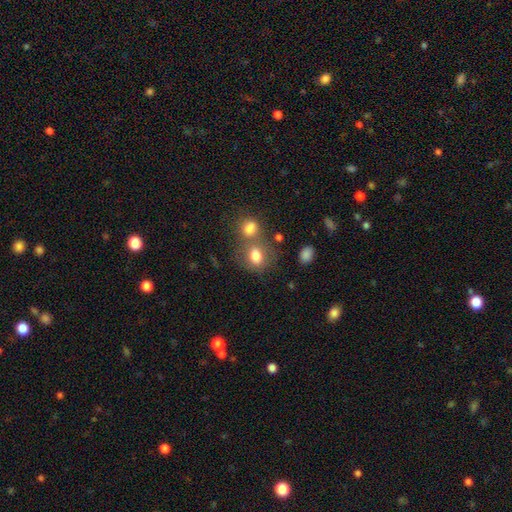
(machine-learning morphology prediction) Q: Smooth or featured?
A: smooth (78%); runner-up: featured or disk (11%)
Q: How rounded?
A: in between (55%); runner-up: round (44%)
Q: Merging?
A: none (42%); runner-up: merger (39%)